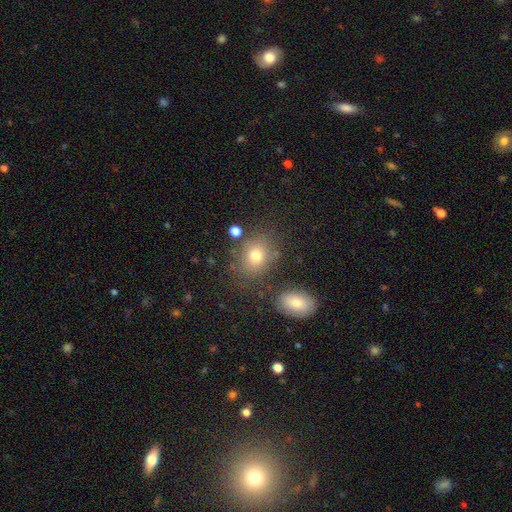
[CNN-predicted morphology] smooth_or_featured: smooth (p=0.74) [alt: star or artifact p=0.14]
how_rounded: in between (p=0.56) [alt: round p=0.43]
merging: none (p=0.73) [alt: minor disturbance p=0.13]